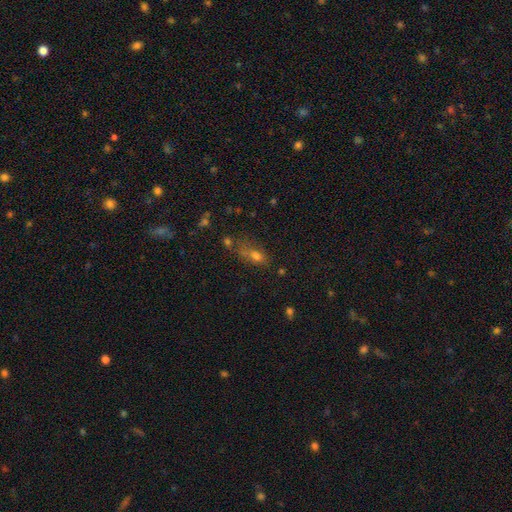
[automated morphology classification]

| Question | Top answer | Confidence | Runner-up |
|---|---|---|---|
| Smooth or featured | smooth | 61% | star or artifact (23%) |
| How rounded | in between | 65% | round (19%) |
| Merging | none | 42% | minor disturbance (22%) |